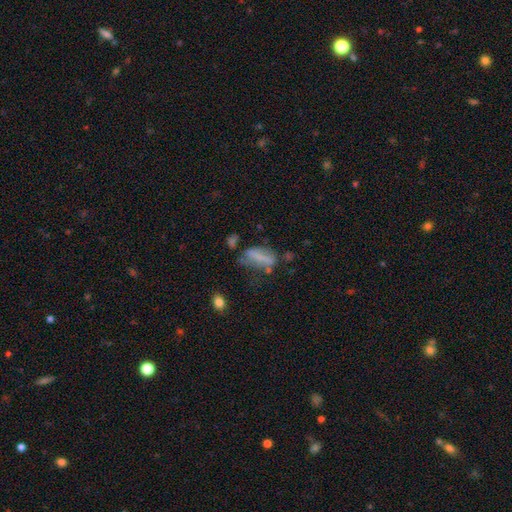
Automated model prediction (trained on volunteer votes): smooth-or-featured: smooth: 45% | featured or disk: 38% | star or artifact: 18%
  merging: none: 37% | major disturbance: 28% | minor disturbance: 26% | merger: 10%